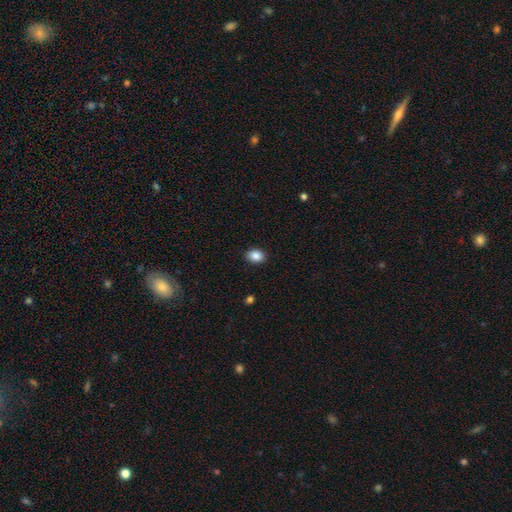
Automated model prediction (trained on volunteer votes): Smooth or featured: smooth — 87% (star or artifact — 9%)
How rounded: in between — 64% (round — 35%)
Merging: none — 90% (minor disturbance — 7%)